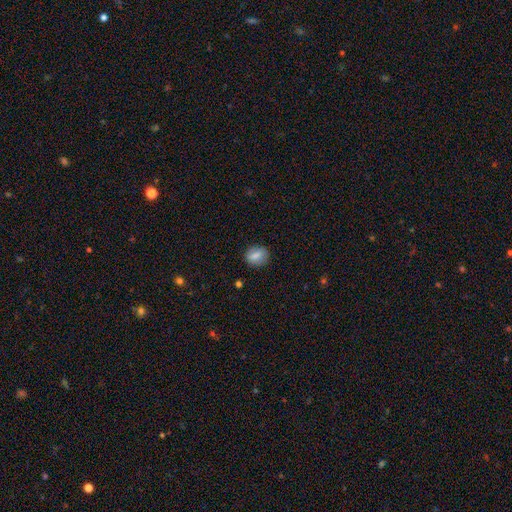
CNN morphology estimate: smooth_or_featured: smooth (p=0.74) [alt: featured or disk p=0.17]
how_rounded: round (p=0.50) [alt: in between p=0.48]
merging: none (p=0.84) [alt: minor disturbance p=0.12]